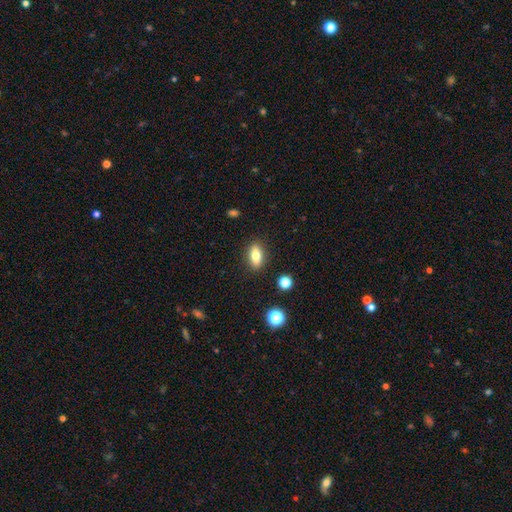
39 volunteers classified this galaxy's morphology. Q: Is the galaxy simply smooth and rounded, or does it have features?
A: smooth — 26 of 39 (67%).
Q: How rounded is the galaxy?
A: in between — 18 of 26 (69%).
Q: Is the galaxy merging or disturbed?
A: none — 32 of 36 (89%).